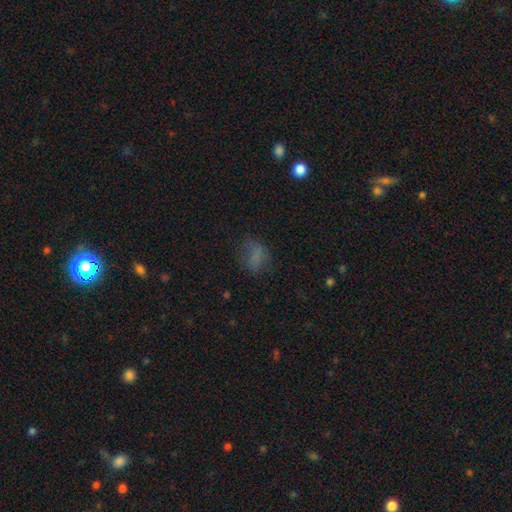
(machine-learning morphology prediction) A smooth galaxy with no disk features (68%) that is in between round and cigar-shaped (65%).

Vote fractions:
- Smooth or featured? smooth: 68% / star or artifact: 18% / featured or disk: 14%
- How rounded? in between: 65% / round: 33% / cigar-shaped: 3%
- Merging? none: 57% / minor disturbance: 24% / major disturbance: 17% / merger: 2%